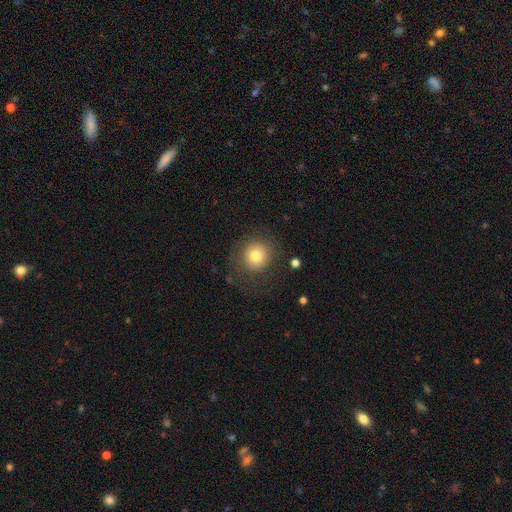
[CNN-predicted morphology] A smooth galaxy with no disk features (78%) that is round (90%). Merging: none (78%).